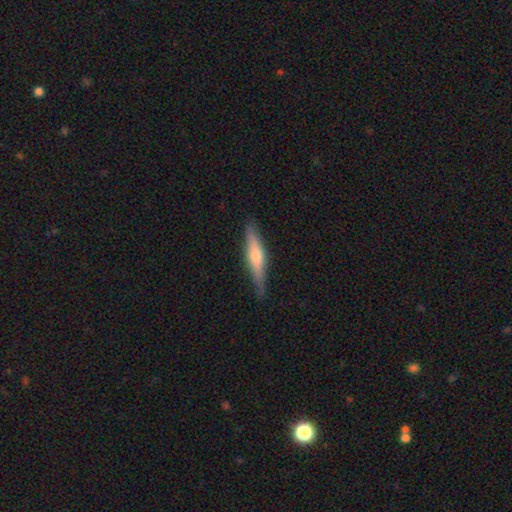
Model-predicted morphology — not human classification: The model was most divided on "smooth or featured": featured or disk: 48%, smooth: 47%, star or artifact: 5%. More confident: merging — none (84%).